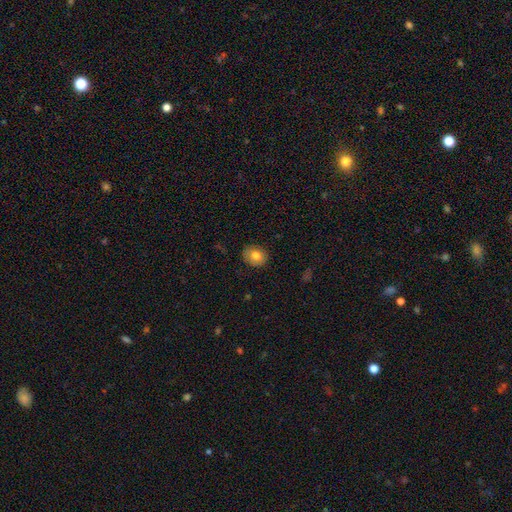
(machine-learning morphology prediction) A smooth galaxy with no disk features (79%) that is round (58%).

Vote fractions:
- Smooth or featured? smooth: 79% / featured or disk: 12% / star or artifact: 9%
- How rounded? round: 58% / in between: 41% / cigar-shaped: 1%
- Merging? none: 88% / minor disturbance: 9% / major disturbance: 2% / merger: 1%